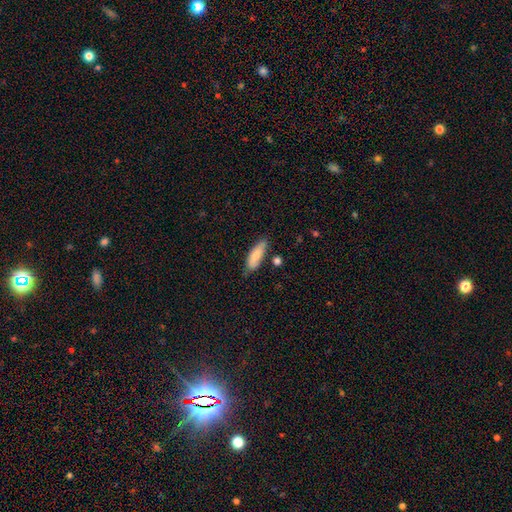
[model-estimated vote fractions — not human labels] This appears to be a smooth galaxy with no disk features (79%) that is in between round and cigar-shaped (57%). Merging: none (68%).